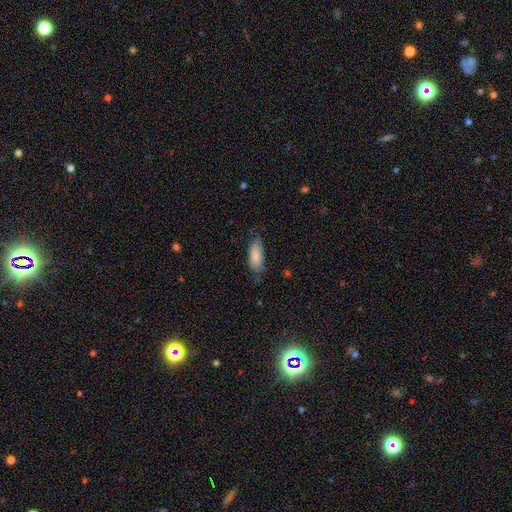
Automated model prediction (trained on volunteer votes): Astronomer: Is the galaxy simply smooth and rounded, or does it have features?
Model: smooth — 86%.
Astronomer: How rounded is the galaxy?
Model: in between — 82%.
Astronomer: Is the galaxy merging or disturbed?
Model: none — 64%.